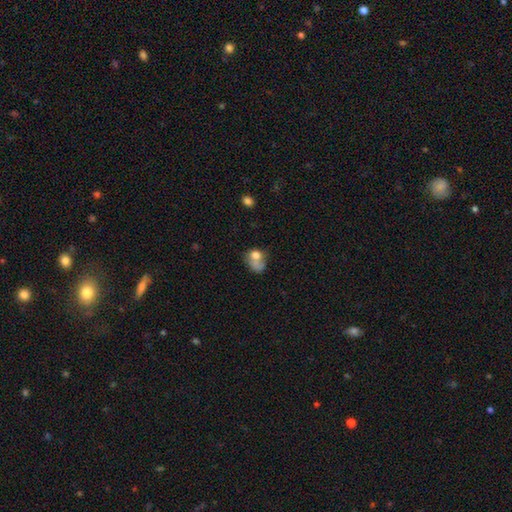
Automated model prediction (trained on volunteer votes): A smooth galaxy with no disk features (69%) that is in between round and cigar-shaped (52%). Merging: merger (28%).